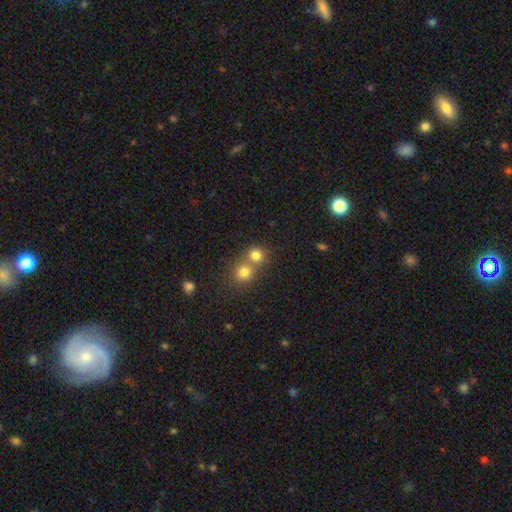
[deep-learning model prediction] Smooth or featured? Predicted: smooth (p=0.78). How rounded? Predicted: round (p=0.86). Merging? Predicted: none (p=0.46, tied with merger).